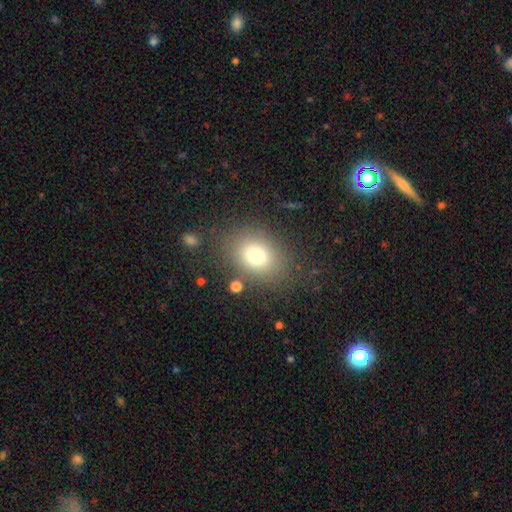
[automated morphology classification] Smooth or featured? smooth (75%)
How rounded? in between (59%)
Merging? none (79%)